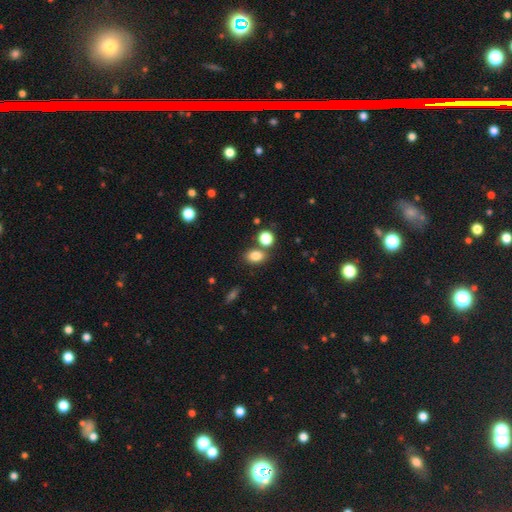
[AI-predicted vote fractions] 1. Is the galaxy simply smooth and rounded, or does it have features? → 82% smooth, 11% star or artifact, 7% featured or disk.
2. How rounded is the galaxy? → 71% in between, 28% round, 1% cigar-shaped.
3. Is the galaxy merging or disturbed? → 71% none, 14% merger, 11% minor disturbance, 3% major disturbance.